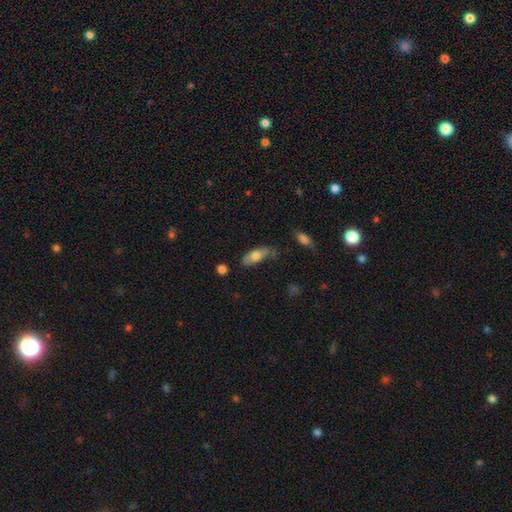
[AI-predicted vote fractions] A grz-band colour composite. It shows a smooth galaxy with no disk features (68%) that is in between round and cigar-shaped (73%). Merging: none (62%).